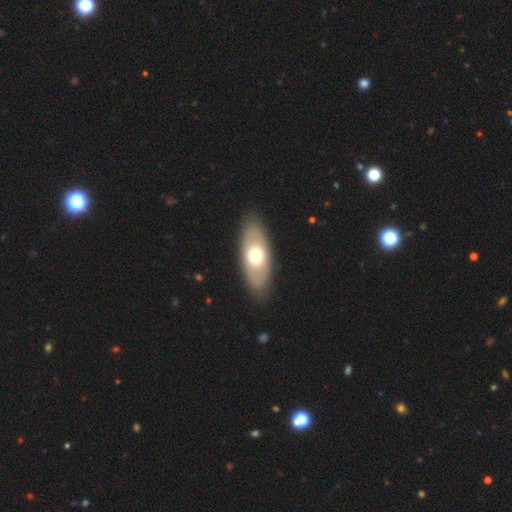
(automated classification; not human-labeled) This is possibly a smooth galaxy (59%). How rounded: clearly in between (85%). Merging: clearly none (86%).